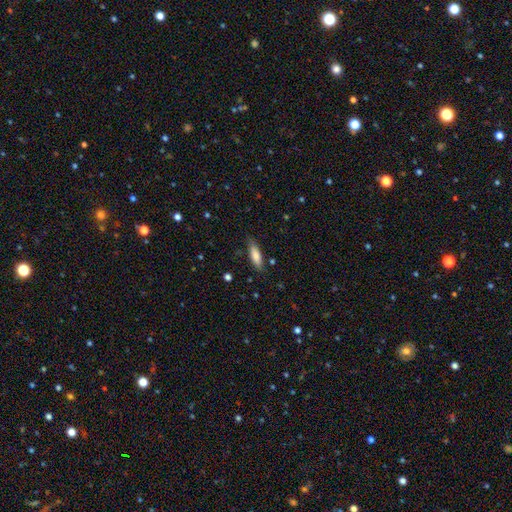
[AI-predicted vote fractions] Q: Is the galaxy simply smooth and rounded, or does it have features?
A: smooth — 77%.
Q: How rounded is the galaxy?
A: cigar-shaped — 54%.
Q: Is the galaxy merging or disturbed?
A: none — 79%.